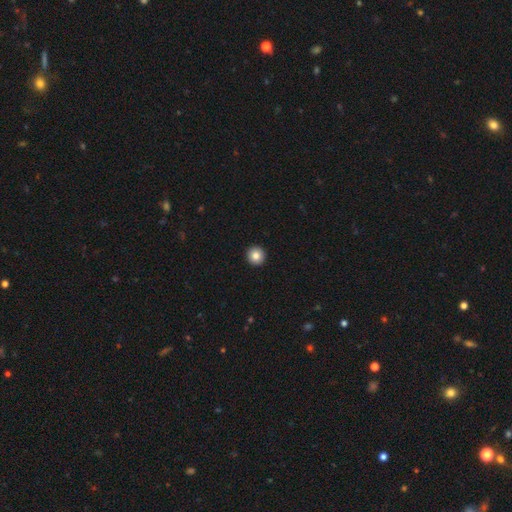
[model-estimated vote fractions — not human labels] Morphology: type=smooth (84%); roundness=round (96%); merging=none (94%).